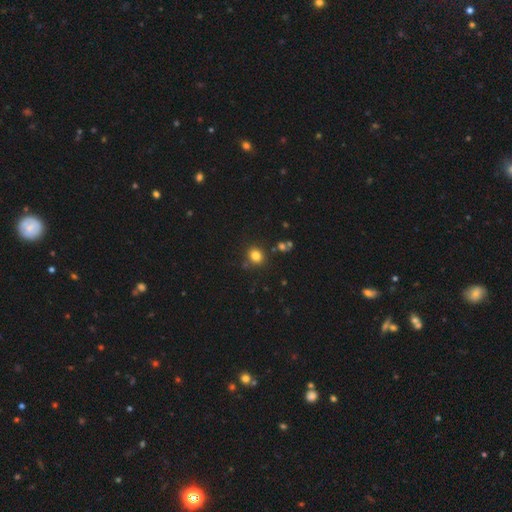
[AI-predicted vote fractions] A smooth galaxy with no disk features (80%) that is round (80%).

Vote fractions:
- Smooth or featured? smooth: 80% / star or artifact: 14% / featured or disk: 6%
- How rounded? round: 80% / in between: 19% / cigar-shaped: 1%
- Merging? none: 82% / minor disturbance: 9% / merger: 6% / major disturbance: 3%